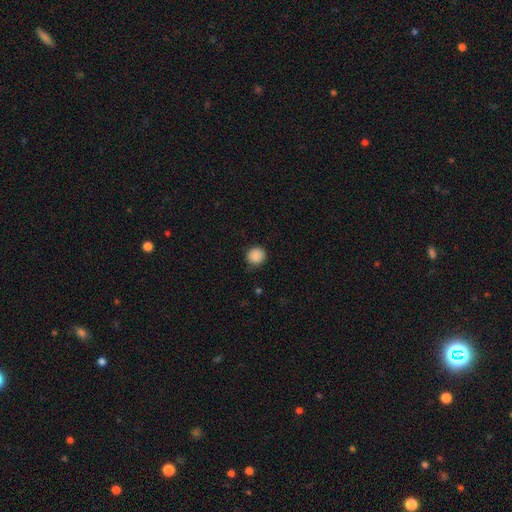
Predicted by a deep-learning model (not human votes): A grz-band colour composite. It shows a smooth galaxy with no disk features (88%) that is round (91%). Merging: none (87%).